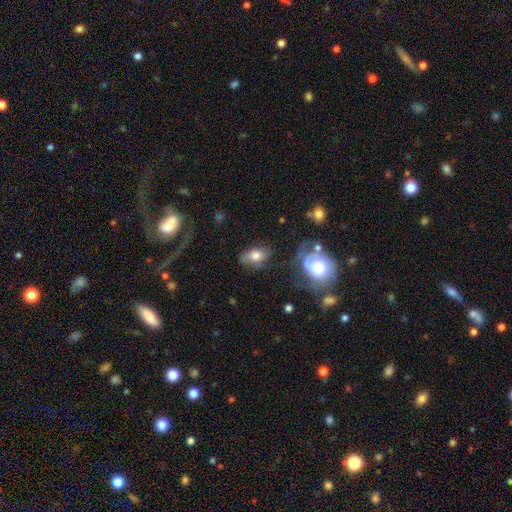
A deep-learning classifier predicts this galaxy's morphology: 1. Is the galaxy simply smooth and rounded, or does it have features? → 65% smooth, 25% featured or disk, 10% star or artifact.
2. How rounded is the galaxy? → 86% in between, 11% round, 4% cigar-shaped.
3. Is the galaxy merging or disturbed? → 62% none, 23% minor disturbance, 11% major disturbance, 5% merger.